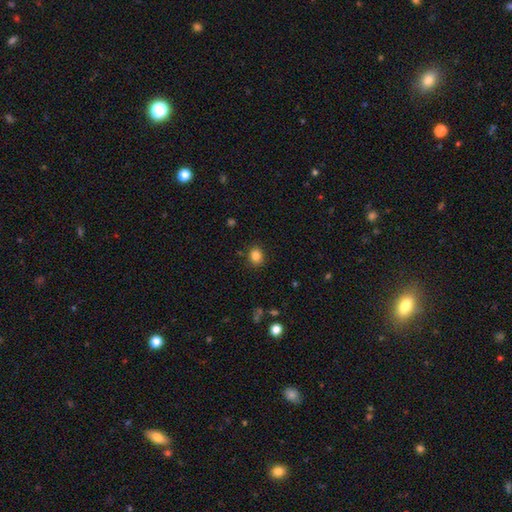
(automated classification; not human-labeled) The model was most divided on "how rounded": round: 63%, in between: 37%, cigar-shaped: 1%. More confident: merging — none (86%); smooth or featured — smooth (84%).